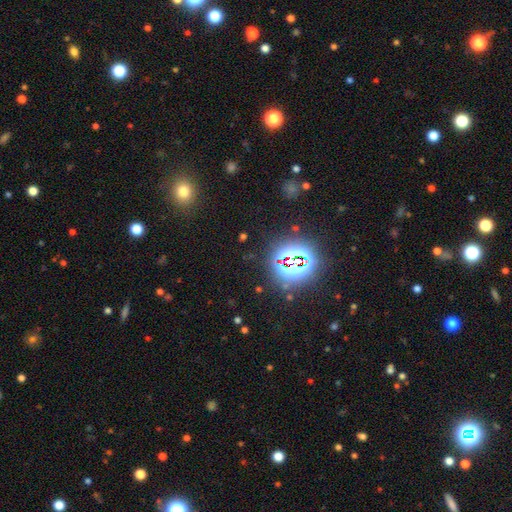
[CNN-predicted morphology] Smooth or featured? Predicted: star or artifact (p=0.79).